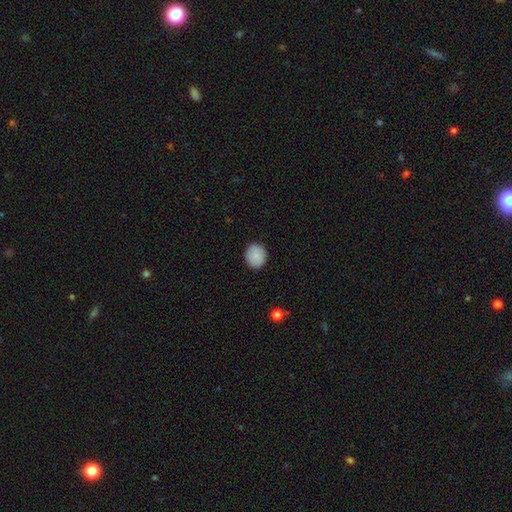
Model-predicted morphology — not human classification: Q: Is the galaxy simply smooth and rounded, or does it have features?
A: smooth — 87%.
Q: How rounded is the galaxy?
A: round — 82%.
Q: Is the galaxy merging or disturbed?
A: none — 89%.